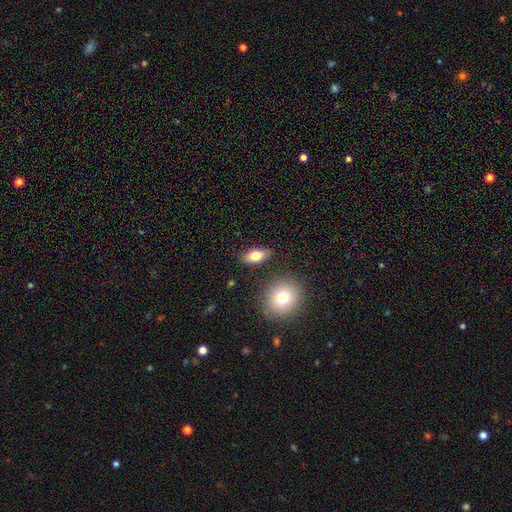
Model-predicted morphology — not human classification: A smooth galaxy with no disk features (79%) that is in between round and cigar-shaped (87%). Merging: none (83%).